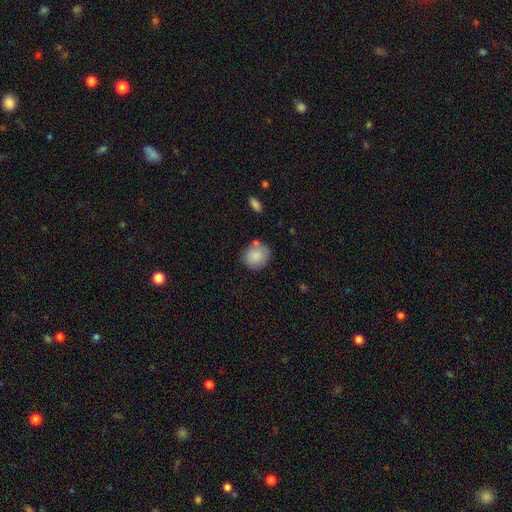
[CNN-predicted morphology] smooth-or-featured: smooth: 86% | featured or disk: 7% | star or artifact: 7%
  how-rounded: round: 78% | in between: 21% | cigar-shaped: 1%
  merging: none: 74% | minor disturbance: 16% | merger: 7% | major disturbance: 4%